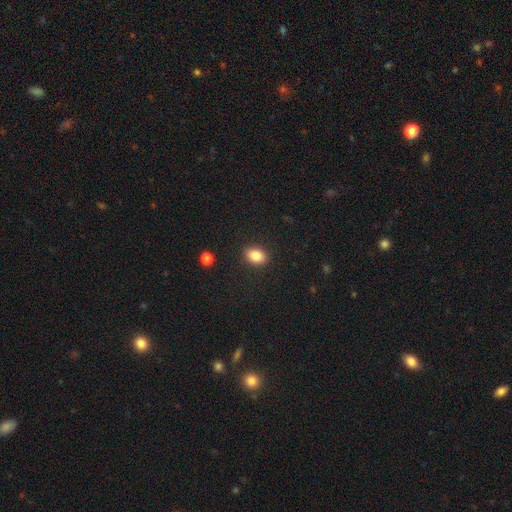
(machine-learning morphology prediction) smooth-or-featured: smooth: 86% | star or artifact: 9% | featured or disk: 5%
  how-rounded: in between: 76% | round: 23% | cigar-shaped: 1%
  merging: none: 88% | minor disturbance: 8% | major disturbance: 2% | merger: 1%